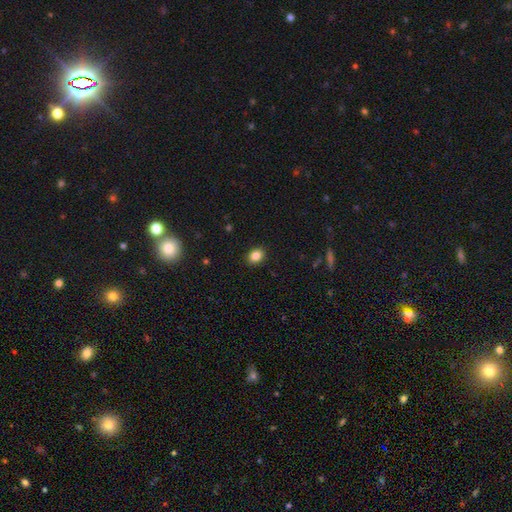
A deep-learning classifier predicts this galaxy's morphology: The model was most divided on "how rounded": in between: 60%, round: 39%, cigar-shaped: 1%. More confident: merging — none (90%); smooth or featured — smooth (85%).